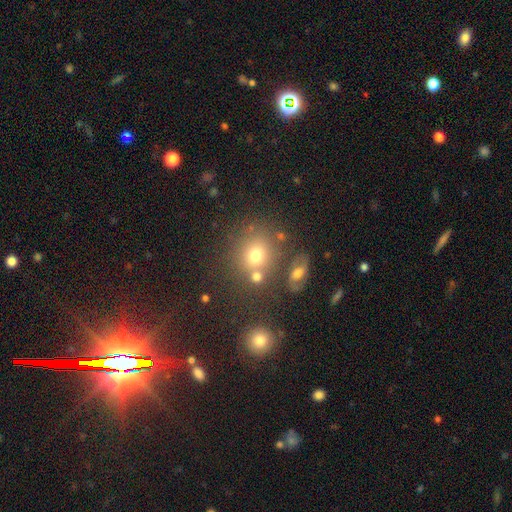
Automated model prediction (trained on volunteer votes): Smooth or featured? Predicted: smooth (p=0.71). How rounded? Predicted: round (p=0.77). Merging? Predicted: none (p=0.66).